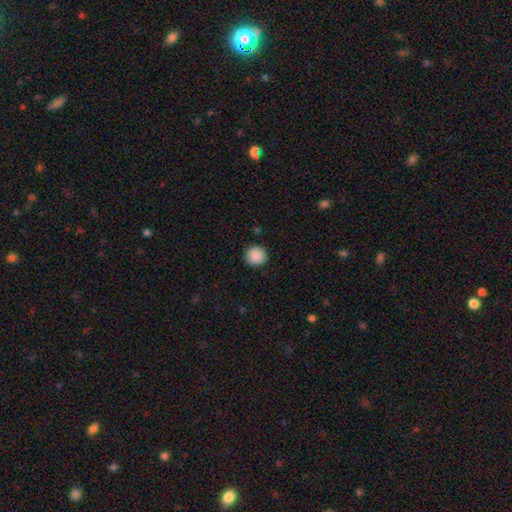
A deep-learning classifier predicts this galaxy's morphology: smooth 90%, star or artifact 8%, featured or disk 2%. Down the decision tree: how rounded — round (94%); merging — none (92%).